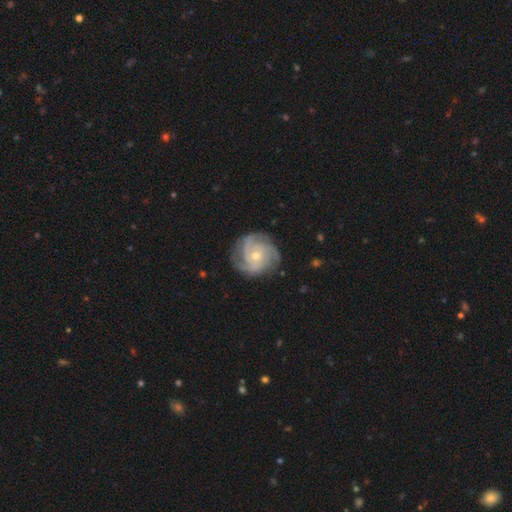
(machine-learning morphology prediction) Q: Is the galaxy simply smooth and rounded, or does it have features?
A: featured or disk — 86%.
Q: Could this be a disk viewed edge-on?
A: no — 98%.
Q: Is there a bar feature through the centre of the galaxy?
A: no — 78%.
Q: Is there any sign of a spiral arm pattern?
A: yes — 97%.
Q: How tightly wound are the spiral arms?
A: tight — 61%.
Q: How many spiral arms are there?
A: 3 — 41%.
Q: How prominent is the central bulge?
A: small — 55%.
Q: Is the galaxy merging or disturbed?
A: none — 78%.